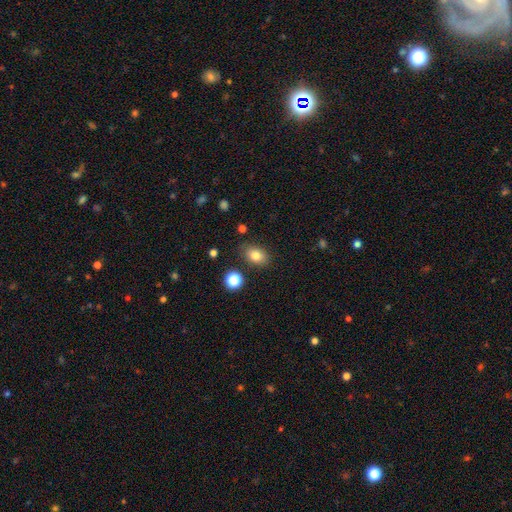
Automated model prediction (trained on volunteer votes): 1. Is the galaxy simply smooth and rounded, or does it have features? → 80% smooth, 11% star or artifact, 10% featured or disk.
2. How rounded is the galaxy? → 78% in between, 21% round, 1% cigar-shaped.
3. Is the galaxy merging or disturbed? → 81% none, 12% minor disturbance, 3% major disturbance, 3% merger.